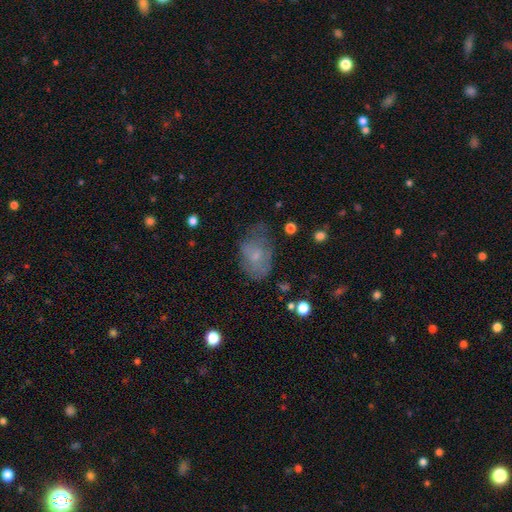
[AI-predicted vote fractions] Morphology: type=smooth (58%); roundness=in between (82%); merging=none (45%).